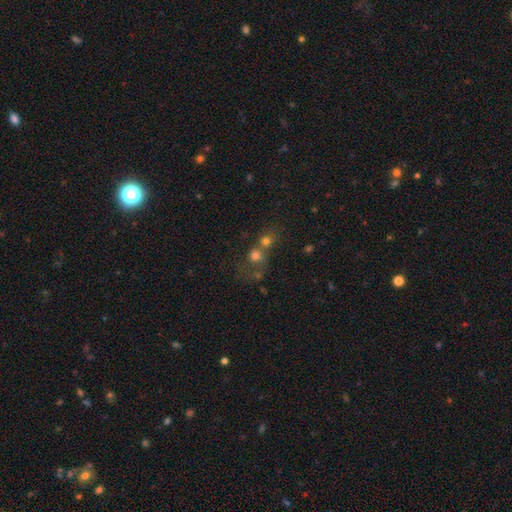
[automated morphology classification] type=smooth (64%); roundness=round (84%); merging=merger (56%).